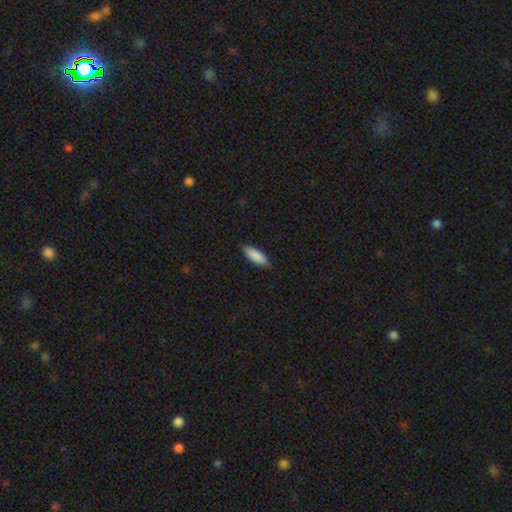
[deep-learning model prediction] A smooth galaxy with no disk features (88%) that is in between round and cigar-shaped (61%). Merging: none (86%).